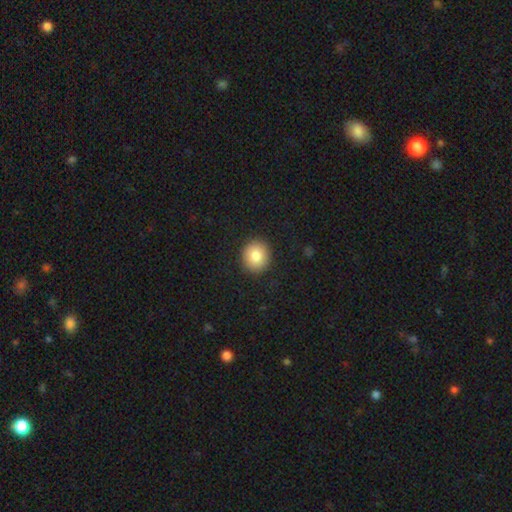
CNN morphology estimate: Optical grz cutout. It shows a smooth galaxy with no disk features (83%) that is round (81%). Merging: none (91%).